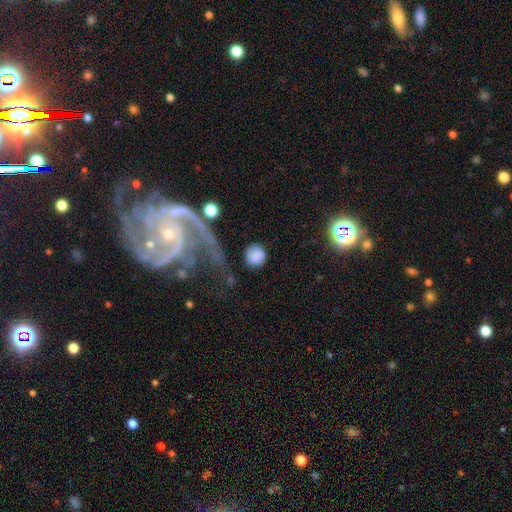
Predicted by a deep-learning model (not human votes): This is likely a smooth galaxy (79%). How rounded: clearly round (90%). Merging: likely none (74%).